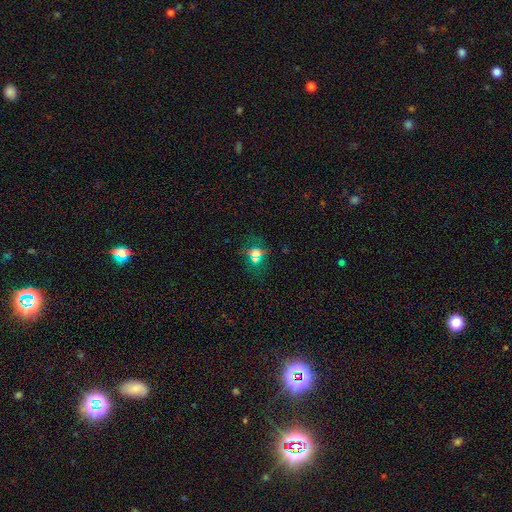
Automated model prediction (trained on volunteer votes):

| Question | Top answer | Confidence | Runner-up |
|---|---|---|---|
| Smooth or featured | smooth | 46% | star or artifact (39%) |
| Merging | none | 71% | minor disturbance (12%) |